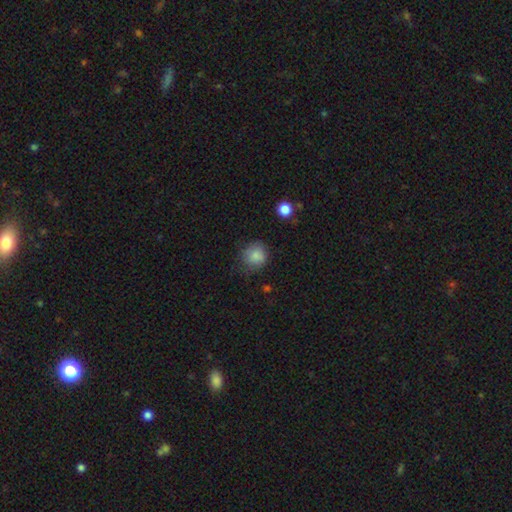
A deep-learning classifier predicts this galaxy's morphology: The model was most divided on "merging": none: 73%, minor disturbance: 20%, major disturbance: 6%, merger: 2%. More confident: how rounded — round (85%); smooth or featured — smooth (84%).